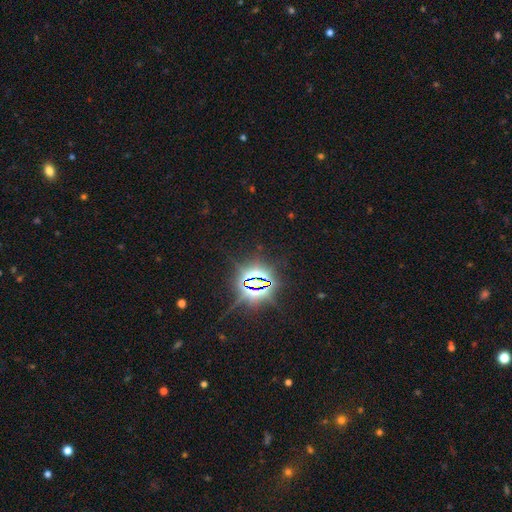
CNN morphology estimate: Smooth or featured: star or artifact — 86% (smooth — 9%)